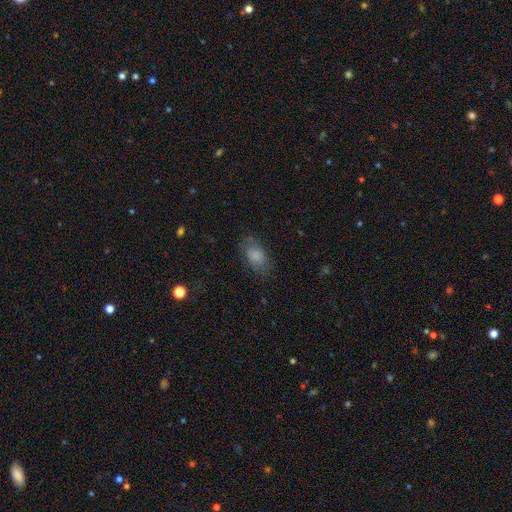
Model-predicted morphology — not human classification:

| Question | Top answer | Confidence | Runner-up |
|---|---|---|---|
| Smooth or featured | smooth | 79% | featured or disk (12%) |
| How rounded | in between | 89% | round (8%) |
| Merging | none | 72% | minor disturbance (19%) |